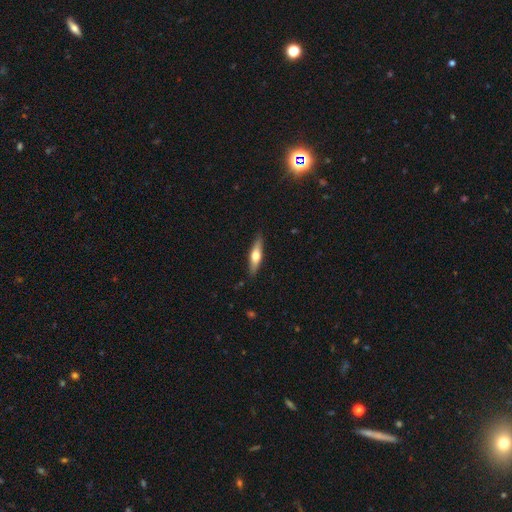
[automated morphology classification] A smooth galaxy with no disk features (48%). Merging: none (88%).